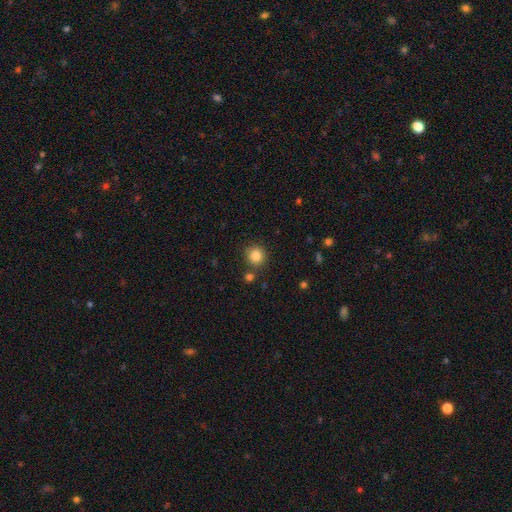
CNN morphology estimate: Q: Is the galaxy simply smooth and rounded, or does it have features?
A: smooth — 85%.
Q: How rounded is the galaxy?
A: round — 92%.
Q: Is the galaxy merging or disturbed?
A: none — 83%.